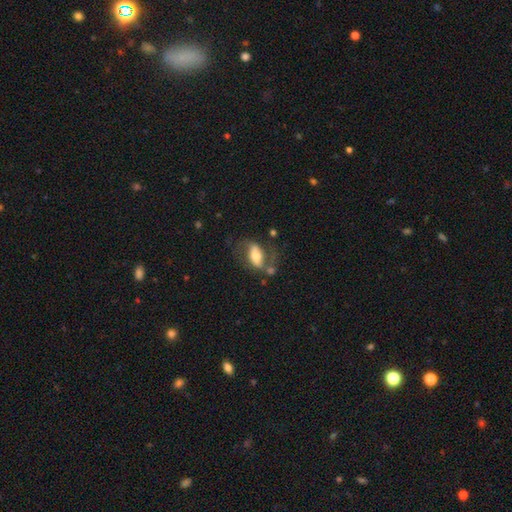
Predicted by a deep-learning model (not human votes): smooth-or-featured: featured or disk: 51% | smooth: 42% | star or artifact: 7%
  disk-edge-on: no: 83% | yes: 17%
  merging: none: 48% | minor disturbance: 21% | major disturbance: 20% | merger: 11%